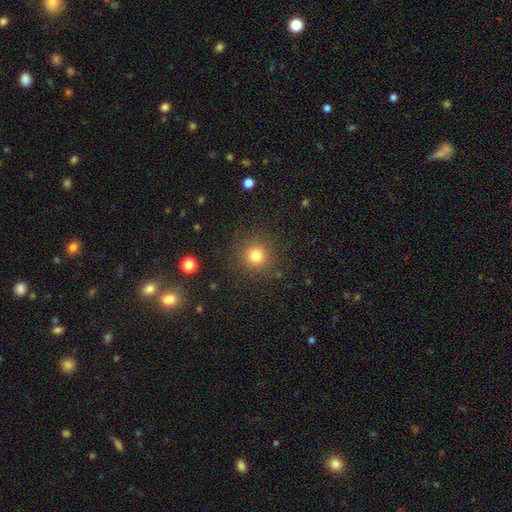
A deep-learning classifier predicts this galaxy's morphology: Overall: smooth (79%). How rounded: round (94%). Merging: none (88%).